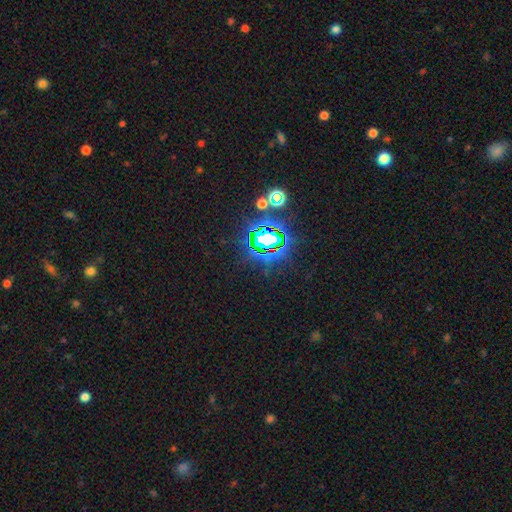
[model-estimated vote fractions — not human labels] star or artifact 81%, smooth 11%, featured or disk 7%.